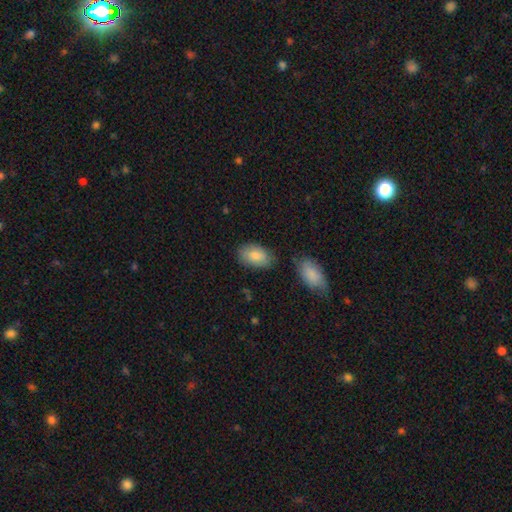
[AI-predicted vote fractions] This is clearly a smooth galaxy (85%). How rounded: clearly in between (93%). Merging: likely none (74%).